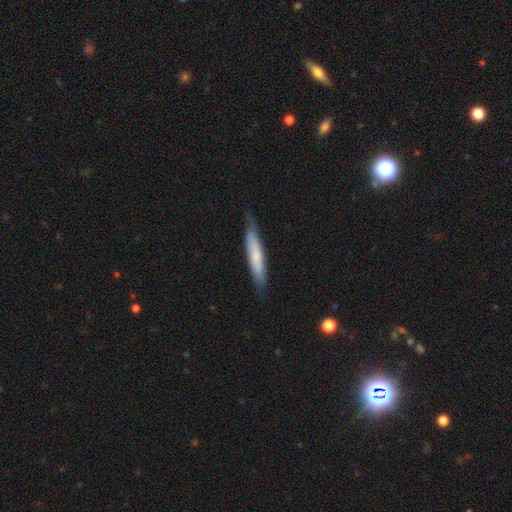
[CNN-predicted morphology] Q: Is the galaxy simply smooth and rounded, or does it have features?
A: smooth — 58%.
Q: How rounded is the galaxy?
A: cigar-shaped — 90%.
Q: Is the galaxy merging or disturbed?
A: none — 77%.